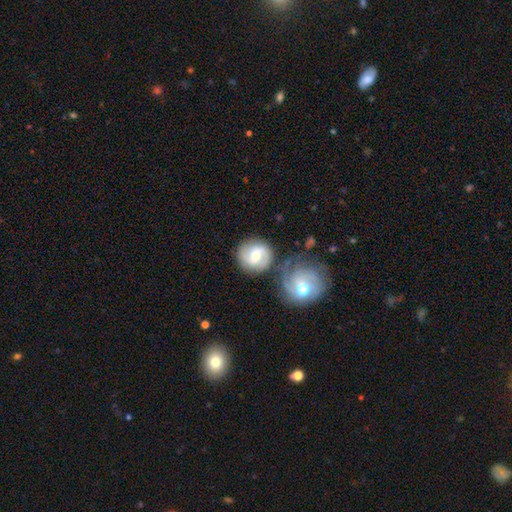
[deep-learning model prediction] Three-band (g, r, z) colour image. It shows a featured or disk galaxy (59%) with a weak bar (45%), 2 (83%) medium (47%) spiral arms (89%) and a moderate central bulge (64%). Merging: none (64%).